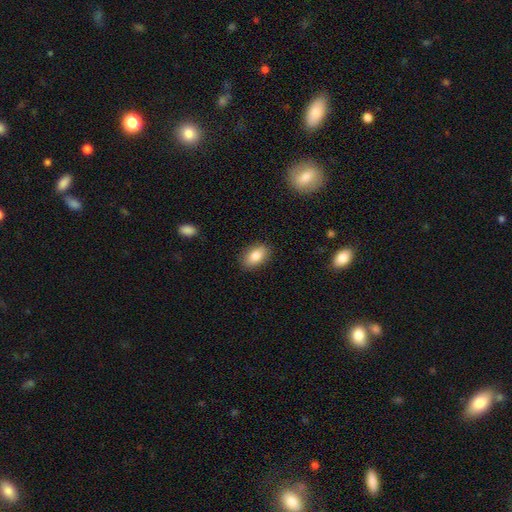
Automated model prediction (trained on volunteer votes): smooth_or_featured: smooth (p=0.85) [alt: featured or disk p=0.08]
how_rounded: in between (p=0.91) [alt: round p=0.07]
merging: none (p=0.87) [alt: minor disturbance p=0.09]